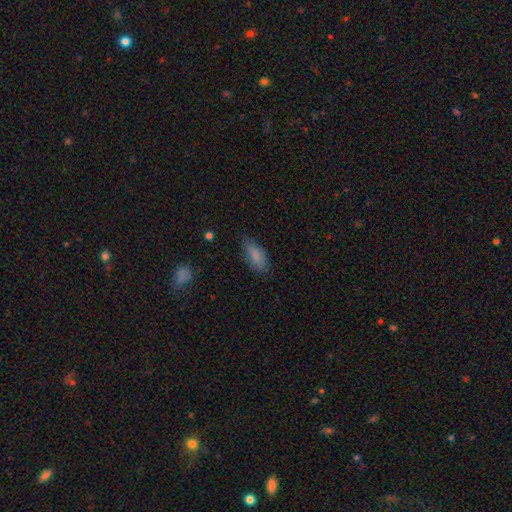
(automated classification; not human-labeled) smooth 82%, featured or disk 10%, star or artifact 8%. Down the decision tree: how rounded — in between (86%); merging — none (65%).